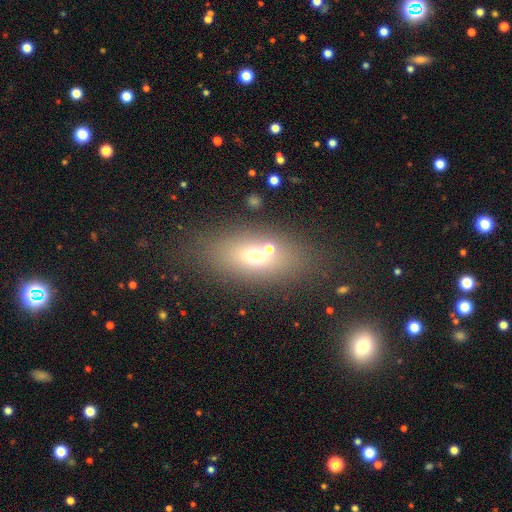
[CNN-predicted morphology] This is likely a smooth galaxy (61%). How rounded: likely in between (77%). Merging: likely none (63%).